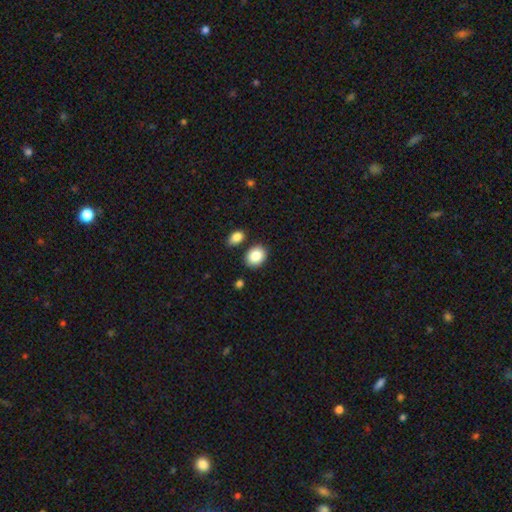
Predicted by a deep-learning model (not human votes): Smooth or featured? smooth (86%)
How rounded? in between (59%)
Merging? none (78%)